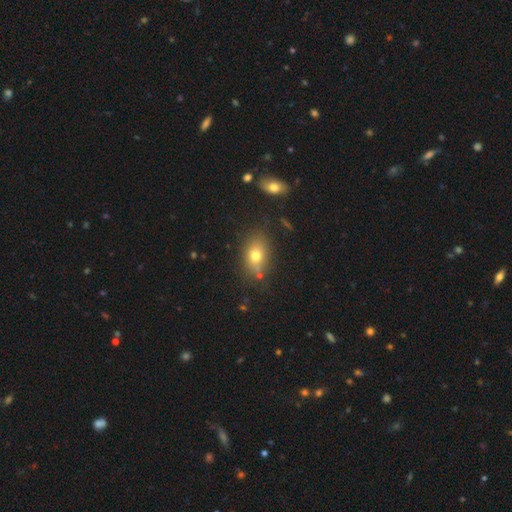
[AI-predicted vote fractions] A smooth galaxy with no disk features (73%) that is in between round and cigar-shaped (73%). Merging: none (74%).